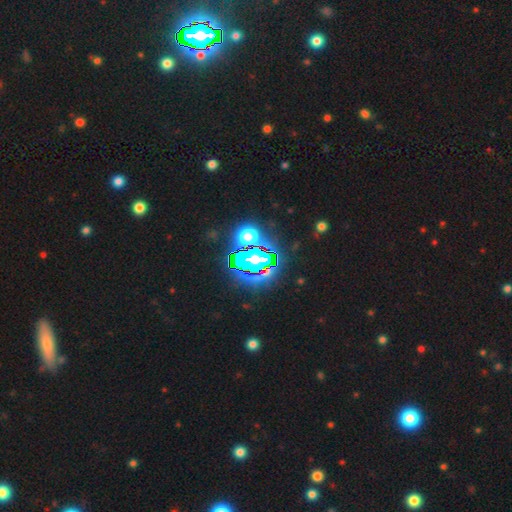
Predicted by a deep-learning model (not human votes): A star or artifact, not a galaxy (73%).